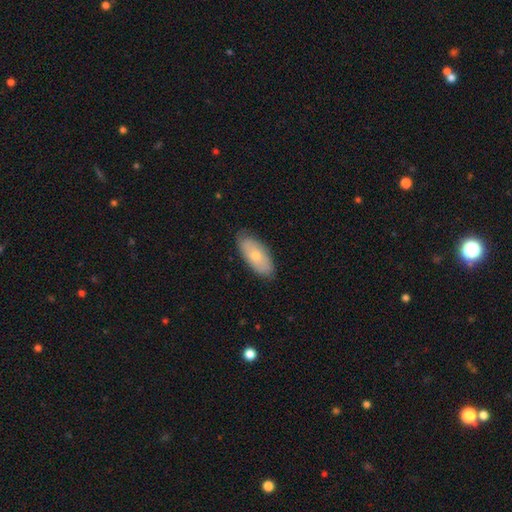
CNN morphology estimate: smooth_or_featured: smooth (p=0.62) [alt: featured or disk p=0.31]
how_rounded: in between (p=0.88) [alt: cigar-shaped p=0.10]
merging: none (p=0.81) [alt: minor disturbance p=0.15]